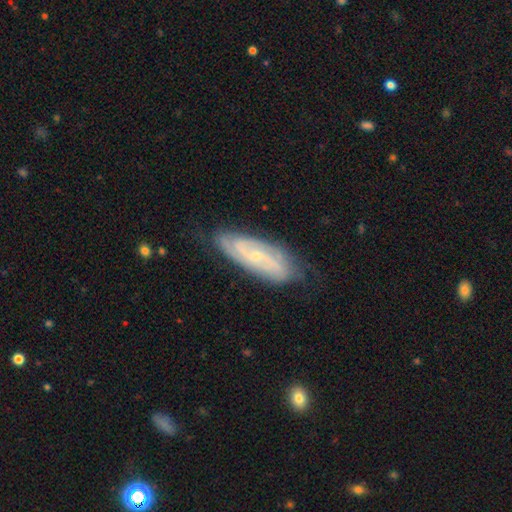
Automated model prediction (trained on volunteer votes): Smooth or featured? Predicted: featured or disk (p=0.80). Edge-on disk? Predicted: no (p=0.91). Bar? Predicted: no (p=0.55). Spiral arms? Predicted: yes (p=0.94). Spiral winding? Predicted: tight (p=0.50). Spiral arm count? Predicted: 2 (p=0.52). Bulge size? Predicted: small (p=0.74). Merging? Predicted: none (p=0.76).